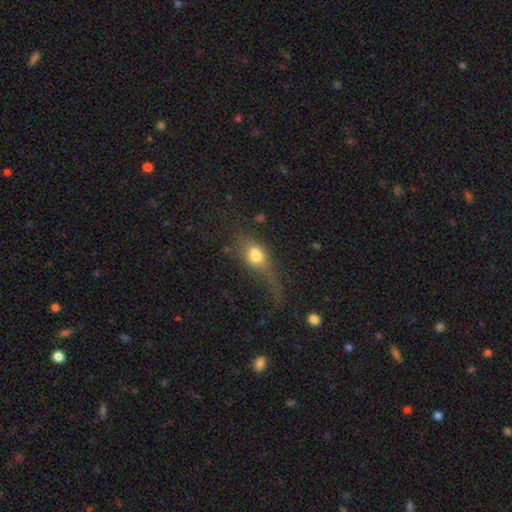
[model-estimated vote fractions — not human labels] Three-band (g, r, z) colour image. It shows a smooth galaxy with no disk features (63%) that is in between round and cigar-shaped (65%). Merging: major disturbance (40%).